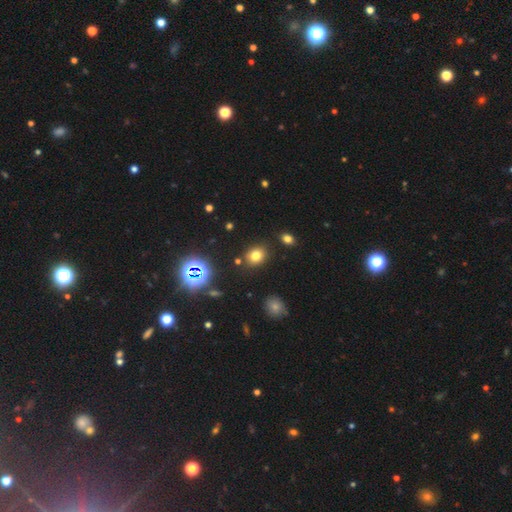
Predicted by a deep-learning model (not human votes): Morphology: type=smooth (74%); roundness=round (52%); merging=none (83%).